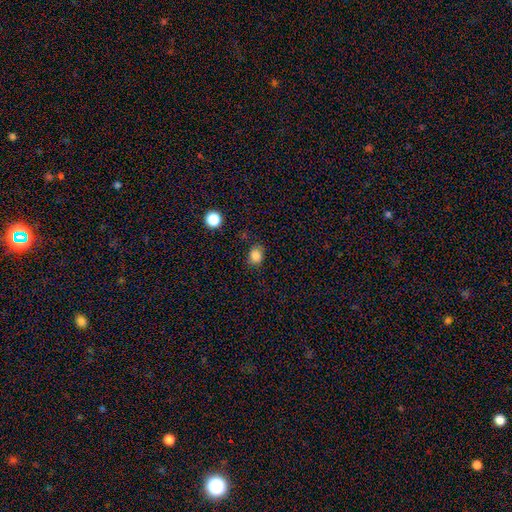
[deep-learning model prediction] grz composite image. It shows a smooth galaxy with no disk features (83%) that is round (56%). Merging: none (78%).